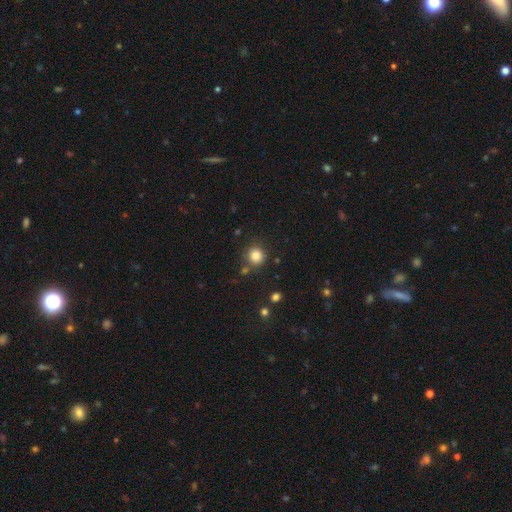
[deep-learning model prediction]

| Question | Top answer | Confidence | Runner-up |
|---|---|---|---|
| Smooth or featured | smooth | 84% | star or artifact (12%) |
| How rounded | round | 91% | in between (8%) |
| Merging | none | 80% | minor disturbance (10%) |